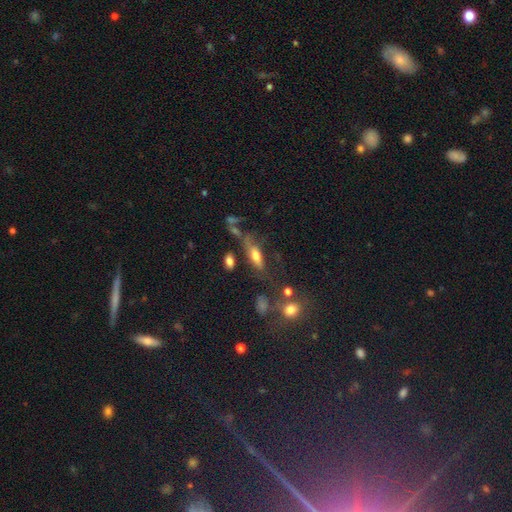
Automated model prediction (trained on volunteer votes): This is possibly a smooth galaxy (59%). How rounded: likely in between (63%). Merging: possibly none (47%).